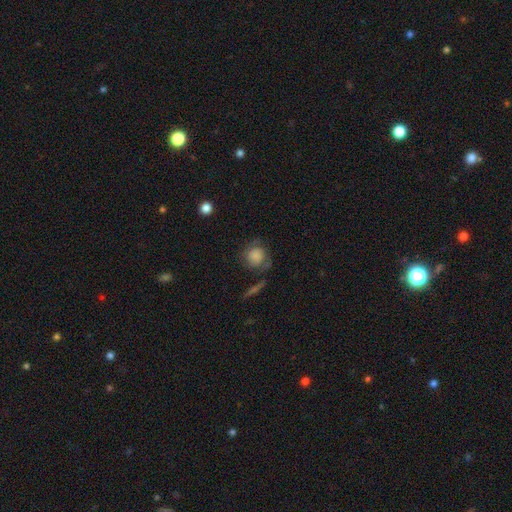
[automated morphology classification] smooth-or-featured: smooth: 67% | featured or disk: 24% | star or artifact: 10%
  how-rounded: round: 80% | in between: 18% | cigar-shaped: 2%
  merging: none: 56% | minor disturbance: 24% | major disturbance: 15% | merger: 6%